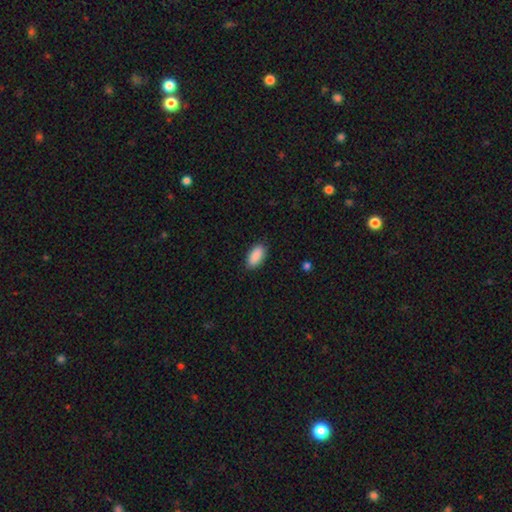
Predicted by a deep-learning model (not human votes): This appears to be a smooth galaxy with no disk features (91%) that is in between round and cigar-shaped (92%). Merging: none (87%).